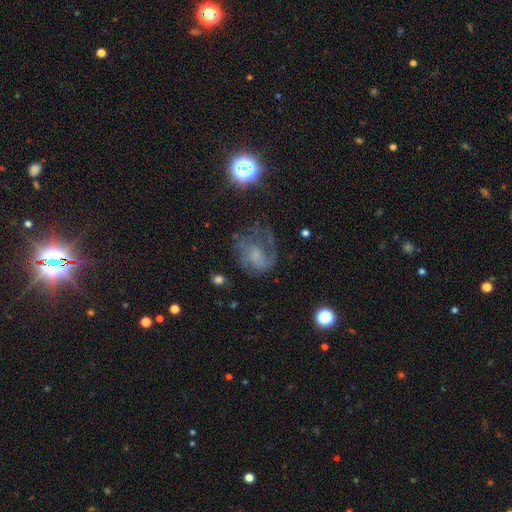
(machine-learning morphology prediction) smooth-or-featured: featured or disk: 63% | smooth: 23% | star or artifact: 14%
  disk-edge-on: no: 98% | yes: 2%
    bar: no: 64% | weak: 30% | strong: 6%
    has-spiral-arms: yes: 80% | no: 20%
    bulge-size: none: 37% | small: 28% | moderate: 26% | large: 8% | dominant: 2%
  merging: none: 49% | major disturbance: 28% | minor disturbance: 21% | merger: 3%